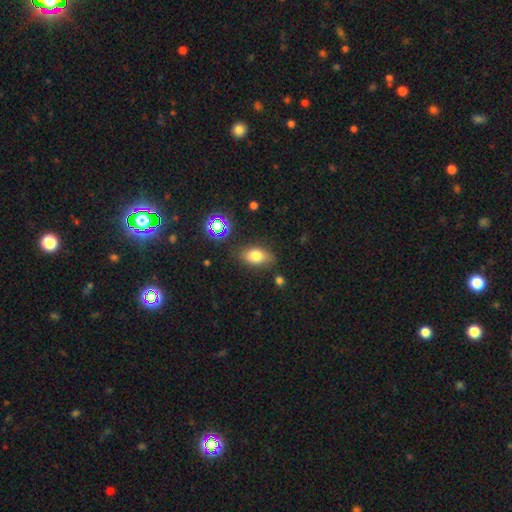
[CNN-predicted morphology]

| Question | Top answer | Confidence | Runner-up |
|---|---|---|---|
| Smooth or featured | smooth | 76% | star or artifact (13%) |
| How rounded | in between | 85% | round (11%) |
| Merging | none | 79% | minor disturbance (14%) |